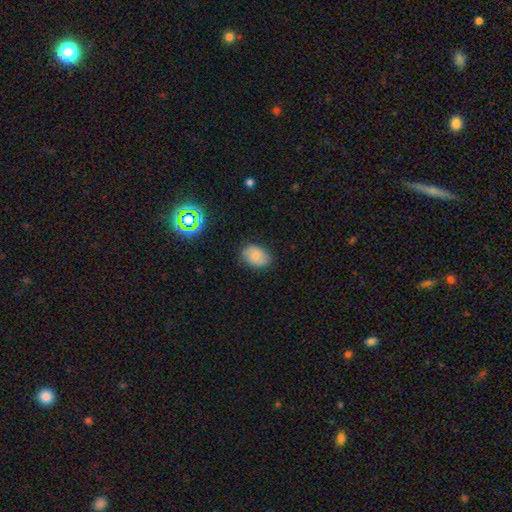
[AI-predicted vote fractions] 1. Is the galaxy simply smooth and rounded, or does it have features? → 71% smooth, 19% featured or disk, 11% star or artifact.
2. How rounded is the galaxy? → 77% in between, 21% round, 1% cigar-shaped.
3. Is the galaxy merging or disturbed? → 73% none, 21% minor disturbance, 4% major disturbance, 1% merger.